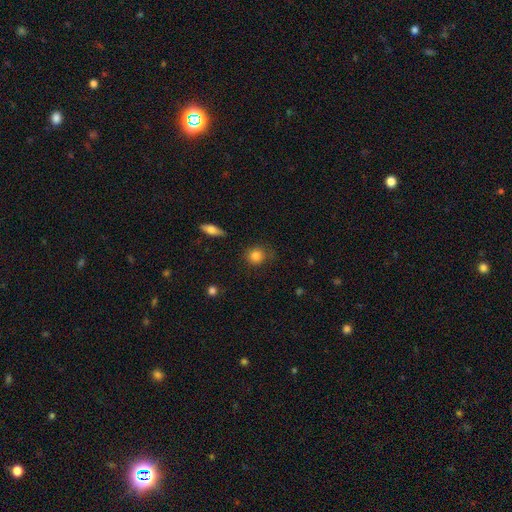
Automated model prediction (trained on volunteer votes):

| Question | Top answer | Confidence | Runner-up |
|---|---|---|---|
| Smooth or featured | smooth | 84% | star or artifact (9%) |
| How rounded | round | 83% | in between (15%) |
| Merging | none | 76% | minor disturbance (18%) |